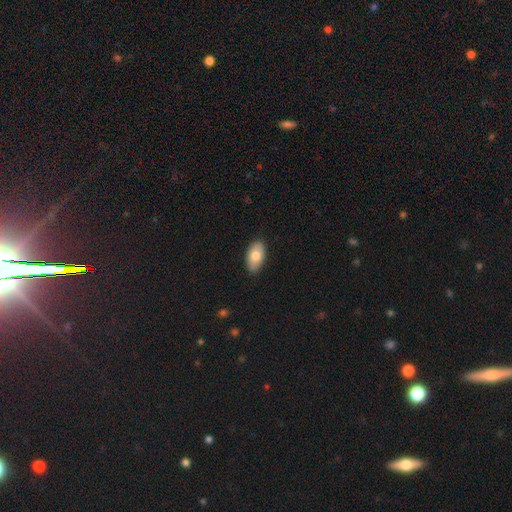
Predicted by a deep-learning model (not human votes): A smooth galaxy with no disk features (78%) that is in between round and cigar-shaped (94%).

Vote fractions:
- Smooth or featured? smooth: 78% / featured or disk: 16% / star or artifact: 6%
- How rounded? in between: 94% / round: 4% / cigar-shaped: 2%
- Merging? none: 86% / minor disturbance: 11% / major disturbance: 2% / merger: 1%